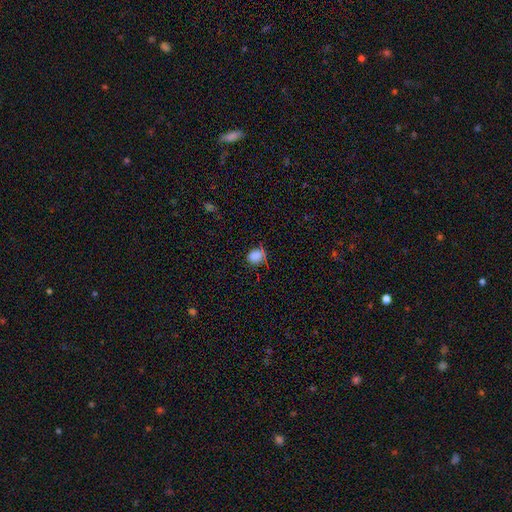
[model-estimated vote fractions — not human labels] smooth_or_featured: smooth (p=0.81) [alt: star or artifact p=0.13]
how_rounded: round (p=0.61) [alt: in between p=0.38]
merging: none (p=0.65) [alt: minor disturbance p=0.25]